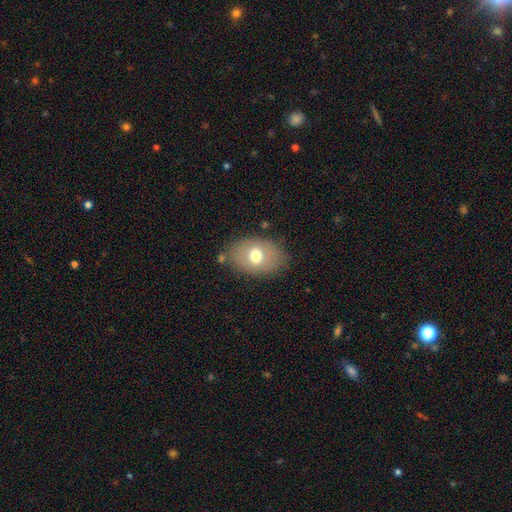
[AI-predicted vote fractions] Smooth or featured?
  - smooth: 67% *
  - featured or disk: 24%
  - star or artifact: 9%
How rounded?
  - in between: 82% *
  - round: 17%
  - cigar-shaped: 1%
Merging?
  - none: 77% *
  - minor disturbance: 15%
  - major disturbance: 5%
  - merger: 3%